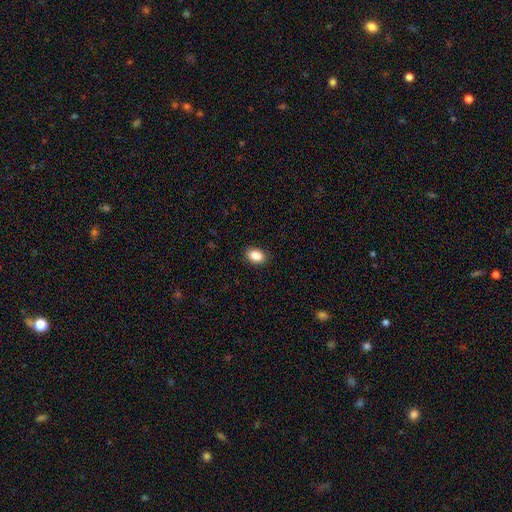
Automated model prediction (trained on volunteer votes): A smooth galaxy with no disk features (88%) that is in between round and cigar-shaped (82%). Merging: none (90%).